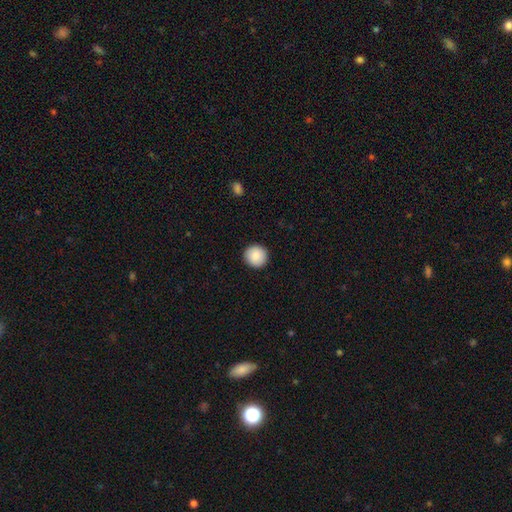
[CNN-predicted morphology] Smooth or featured?
  - smooth: 88% *
  - star or artifact: 7%
  - featured or disk: 4%
How rounded?
  - round: 95% *
  - in between: 4%
  - cigar-shaped: 1%
Merging?
  - none: 93% *
  - minor disturbance: 5%
  - major disturbance: 2%
  - merger: 1%